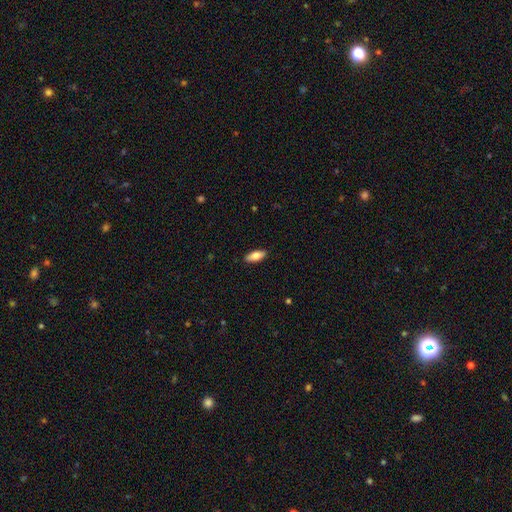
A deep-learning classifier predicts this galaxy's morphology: This is likely a smooth galaxy (79%). How rounded: likely in between (77%). Merging: clearly none (89%).